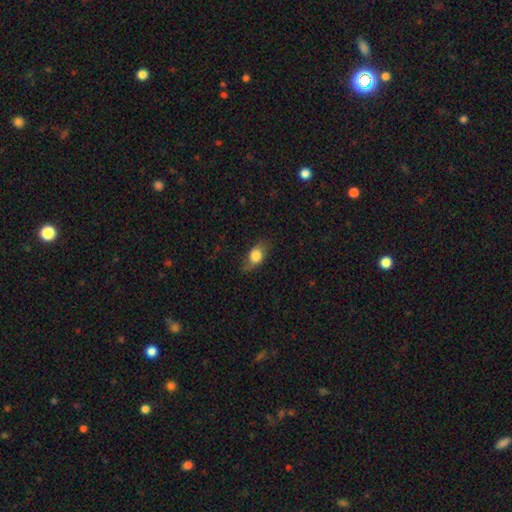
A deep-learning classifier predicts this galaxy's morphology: Smooth or featured? Predicted: smooth (p=0.76). How rounded? Predicted: in between (p=0.73). Merging? Predicted: none (p=0.69).